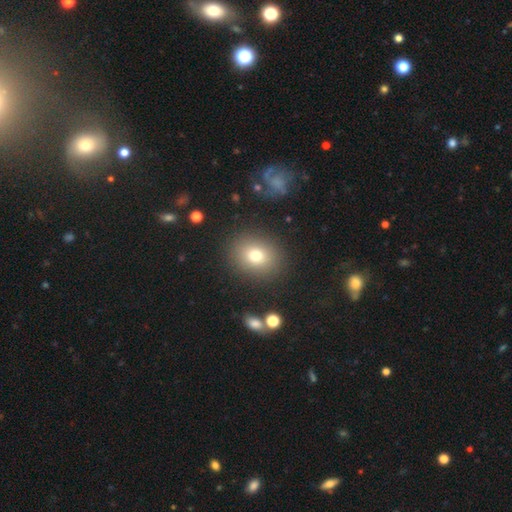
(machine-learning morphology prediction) smooth-or-featured: smooth: 75% | star or artifact: 14% | featured or disk: 11%
  how-rounded: round: 66% | in between: 33% | cigar-shaped: 1%
  merging: none: 86% | minor disturbance: 8% | major disturbance: 4% | merger: 2%